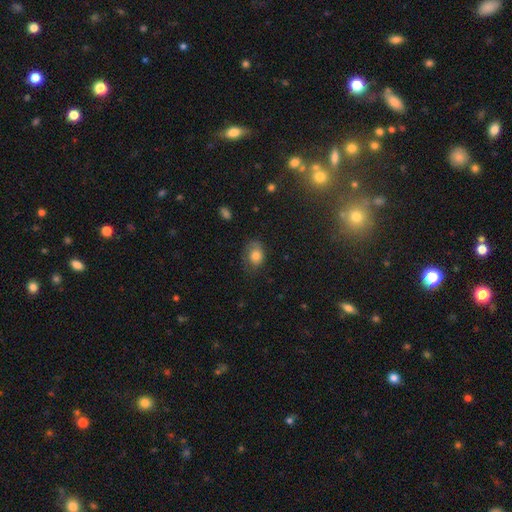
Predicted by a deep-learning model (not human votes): This appears to be a smooth galaxy with no disk features (73%) that is in between round and cigar-shaped (61%). Merging: none (56%).